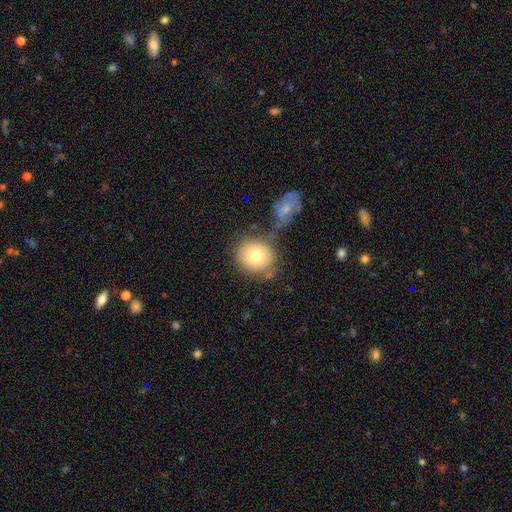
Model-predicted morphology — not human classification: A smooth galaxy with no disk features (76%) that is round (86%). Merging: none (61%).